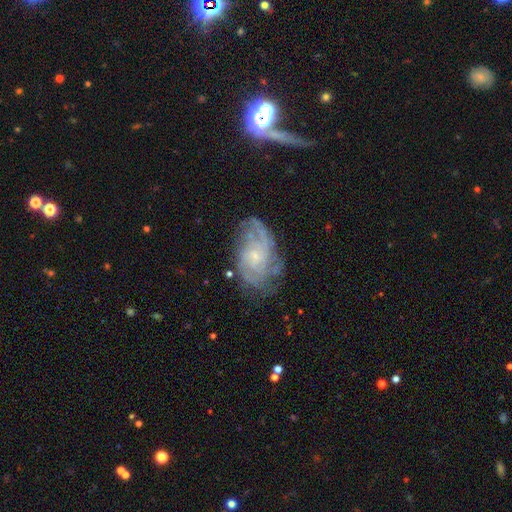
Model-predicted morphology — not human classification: Smooth or featured? Predicted: featured or disk (p=0.82). Edge-on disk? Predicted: no (p=0.96). Bar? Predicted: no (p=0.68). Spiral arms? Predicted: yes (p=0.94). Spiral winding? Predicted: tight (p=0.55). Spiral arm count? Predicted: can't tell (p=0.35). Bulge size? Predicted: small (p=0.71). Merging? Predicted: none (p=0.66).